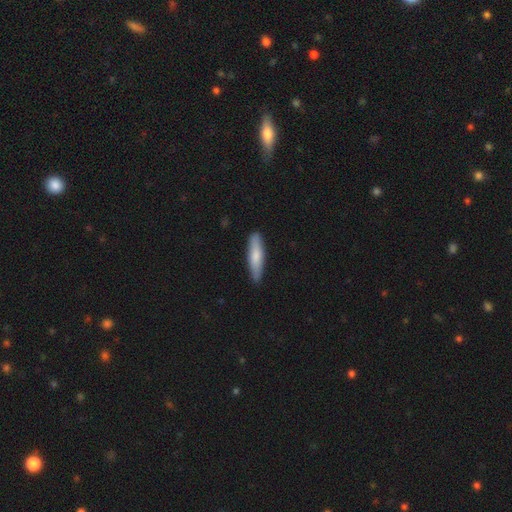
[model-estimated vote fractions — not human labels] smooth_or_featured: smooth (p=0.73) [alt: featured or disk p=0.22]
how_rounded: cigar-shaped (p=0.78) [alt: in between p=0.21]
merging: none (p=0.87) [alt: minor disturbance p=0.10]